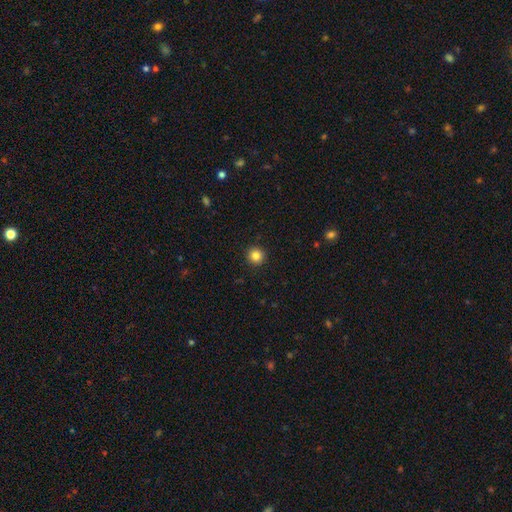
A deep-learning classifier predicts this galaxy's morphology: smooth_or_featured: smooth (p=0.84) [alt: star or artifact p=0.11]
how_rounded: round (p=0.95) [alt: in between p=0.04]
merging: none (p=0.93) [alt: minor disturbance p=0.04]